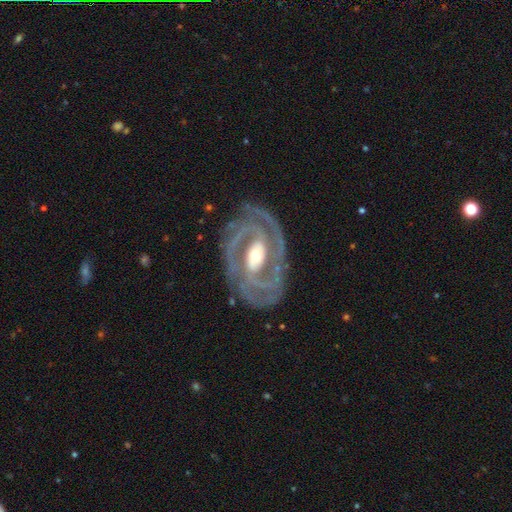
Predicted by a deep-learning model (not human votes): smooth-or-featured: featured or disk: 83% | smooth: 9% | star or artifact: 8%
  disk-edge-on: no: 94% | yes: 6%
    bar: weak: 37% | strong: 34% | no: 29%
    has-spiral-arms: yes: 83% | no: 17%
      spiral-winding: tight: 65% | medium: 27% | loose: 8%
      spiral-arm-count: 2: 60% | can't tell: 19% | 3: 9% | 1: 5% | 4: 4% | more than 4: 4%
    bulge-size: moderate: 65% | small: 22% | large: 10% | dominant: 2% | none: 1%
  merging: none: 81% | minor disturbance: 12% | major disturbance: 5% | merger: 1%